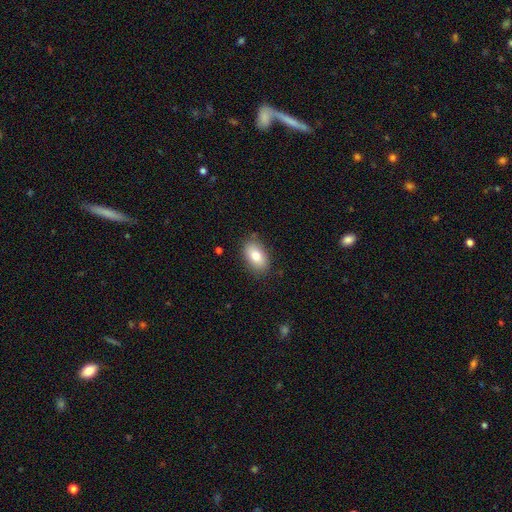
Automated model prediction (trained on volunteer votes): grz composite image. It shows a smooth galaxy with no disk features (79%) that is in between round and cigar-shaped (90%). Merging: none (83%).